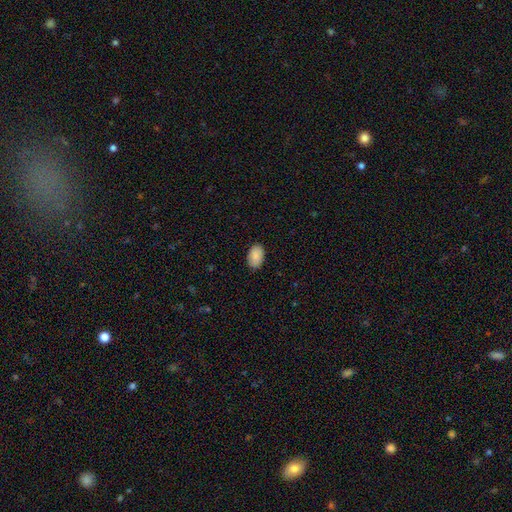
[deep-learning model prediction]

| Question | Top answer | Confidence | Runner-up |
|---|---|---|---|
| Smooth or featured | smooth | 90% | star or artifact (6%) |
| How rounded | in between | 91% | round (7%) |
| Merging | none | 88% | minor disturbance (9%) |